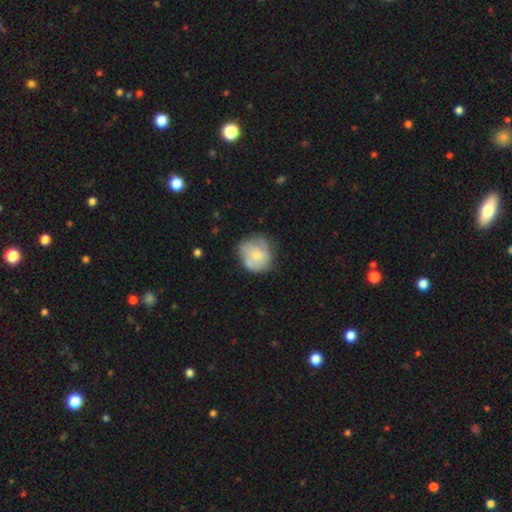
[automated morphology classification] This appears to be a smooth galaxy with no disk features (54%) that is round (79%). Merging: none (57%).